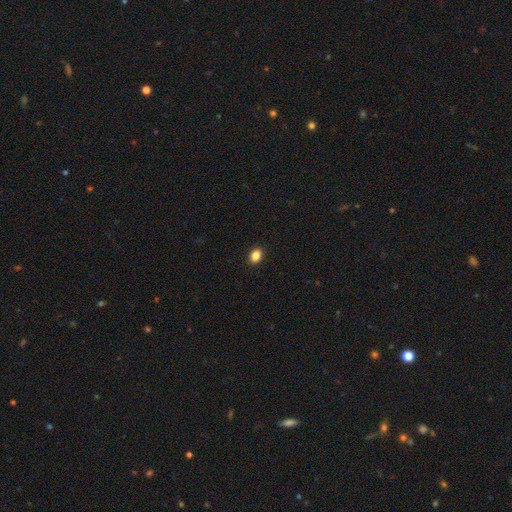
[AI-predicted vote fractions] smooth 87%, star or artifact 9%, featured or disk 4%. Down the decision tree: how rounded — in between (72%); merging — none (91%).